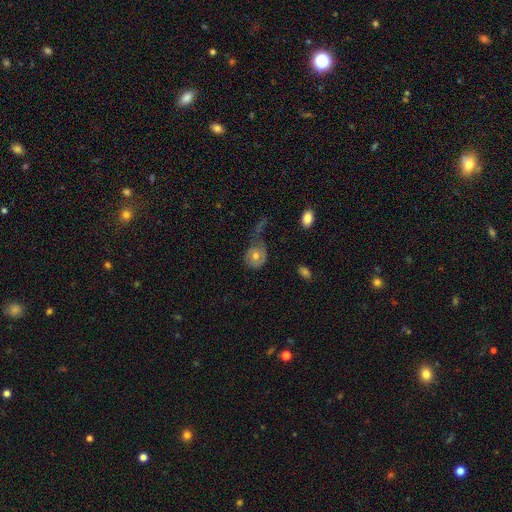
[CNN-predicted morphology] smooth 51%, featured or disk 41%, star or artifact 8%. Down the decision tree: how rounded — round (64%); merging — major disturbance (36%).